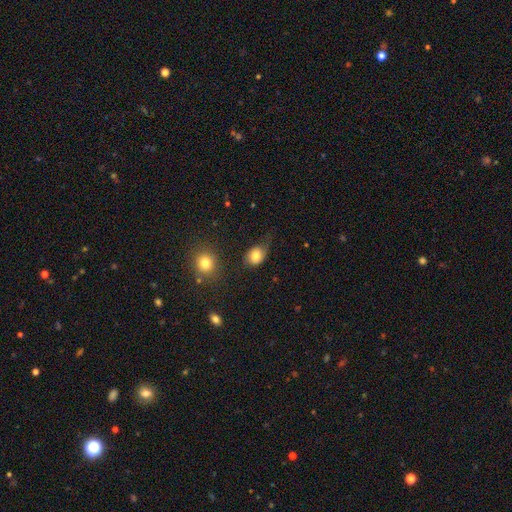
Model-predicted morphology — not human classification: Overall: smooth (78%). How rounded: in between (56%; round 43%). Merging: none (49%; minor disturbance 32%).